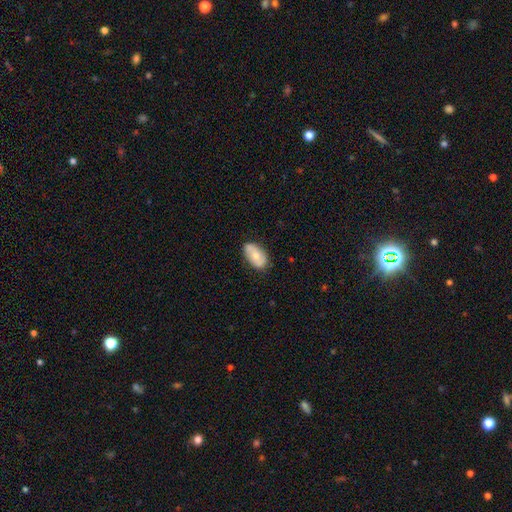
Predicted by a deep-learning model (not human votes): Morphology: type=smooth (60%); roundness=in between (92%); merging=none (76%).